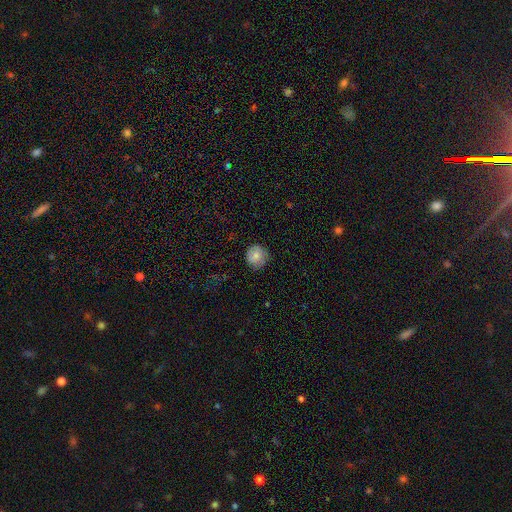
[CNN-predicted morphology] smooth-or-featured: smooth: 80% | featured or disk: 12% | star or artifact: 8%
  how-rounded: round: 91% | in between: 8% | cigar-shaped: 1%
  merging: none: 77% | minor disturbance: 18% | major disturbance: 4% | merger: 1%